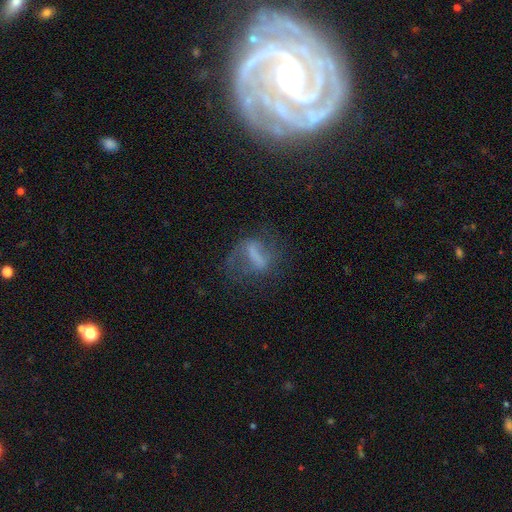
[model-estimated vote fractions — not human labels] This is possibly a featured or disk galaxy (57%). It is clearly not viewed edge-on (89%). Bar: likely strong (62%). Spiral arm pattern: possibly yes (55%). Central bulge: possibly none (58%). Merging: possibly none (50%).